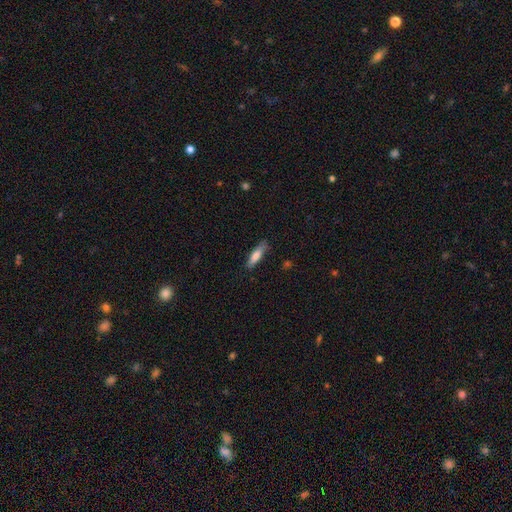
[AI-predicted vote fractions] Q: Smooth or featured?
A: smooth (76%); runner-up: featured or disk (18%)
Q: How rounded?
A: cigar-shaped (67%); runner-up: in between (32%)
Q: Merging?
A: none (79%); runner-up: minor disturbance (17%)